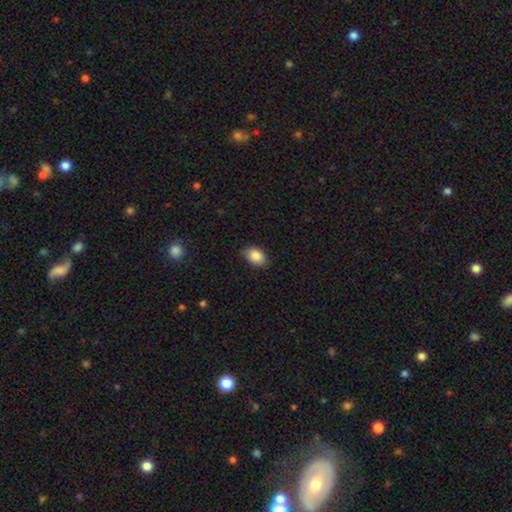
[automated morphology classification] Overall: smooth (87%). How rounded: in between (83%). Merging: none (82%).